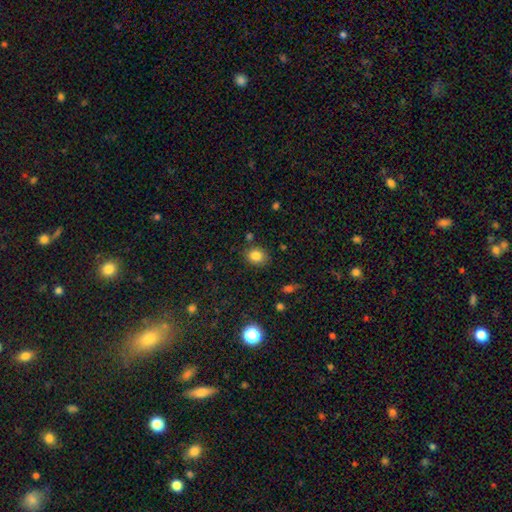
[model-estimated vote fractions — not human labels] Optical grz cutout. It shows a smooth galaxy with no disk features (83%) that is round (54%). Merging: none (81%).